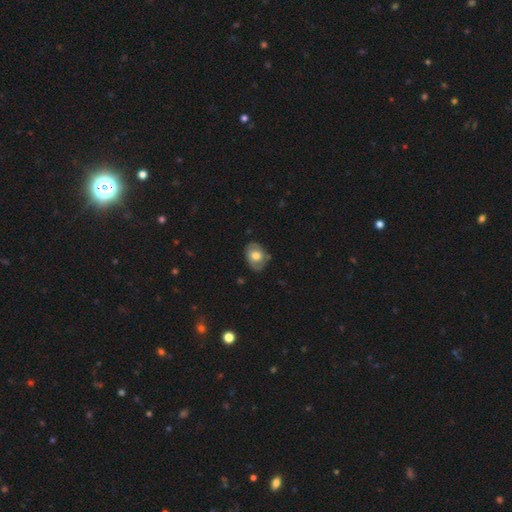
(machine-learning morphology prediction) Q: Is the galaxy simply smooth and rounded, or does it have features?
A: smooth — 54%.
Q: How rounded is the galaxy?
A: in between — 68%.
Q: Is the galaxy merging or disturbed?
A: none — 73%.